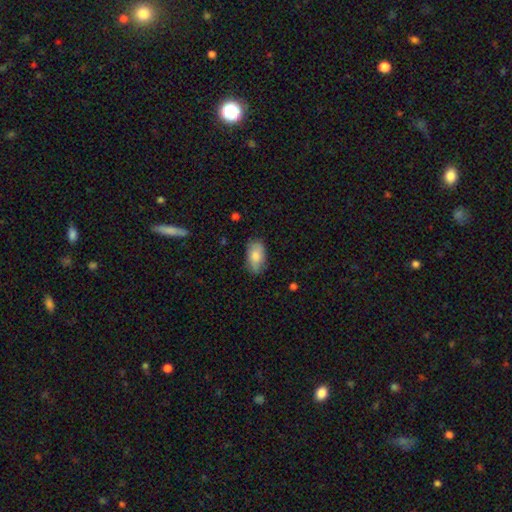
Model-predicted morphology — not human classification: A smooth galaxy with no disk features (81%) that is in between round and cigar-shaped (93%).

Vote fractions:
- Smooth or featured? smooth: 81% / featured or disk: 12% / star or artifact: 6%
- How rounded? in between: 93% / round: 4% / cigar-shaped: 3%
- Merging? none: 75% / minor disturbance: 20% / major disturbance: 4% / merger: 1%